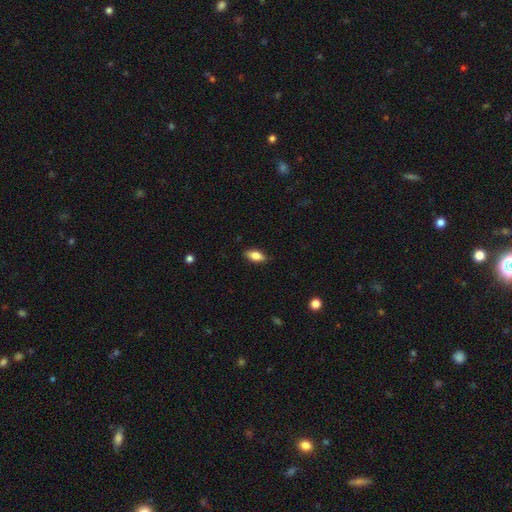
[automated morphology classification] smooth_or_featured: smooth (p=0.72) [alt: featured or disk p=0.20]
how_rounded: in between (p=0.85) [alt: cigar-shaped p=0.11]
merging: none (p=0.84) [alt: minor disturbance p=0.13]